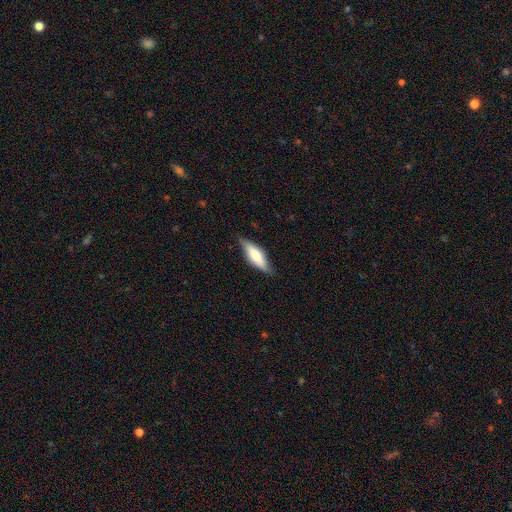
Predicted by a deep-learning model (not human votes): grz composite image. It shows a smooth galaxy with no disk features (62%) that is cigar-shaped (50%). Merging: none (79%).